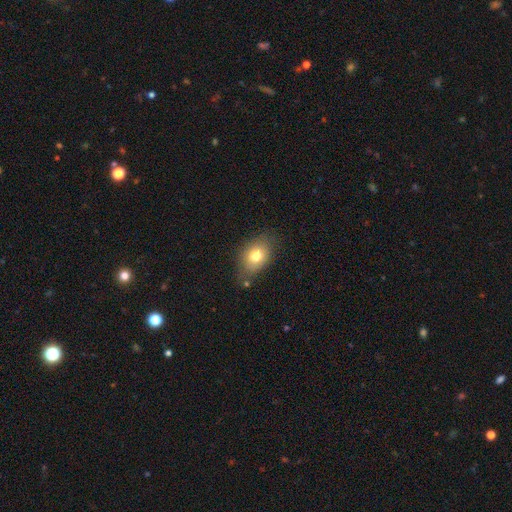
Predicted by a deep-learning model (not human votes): Smooth or featured? smooth (76%)
How rounded? in between (75%)
Merging? none (70%)